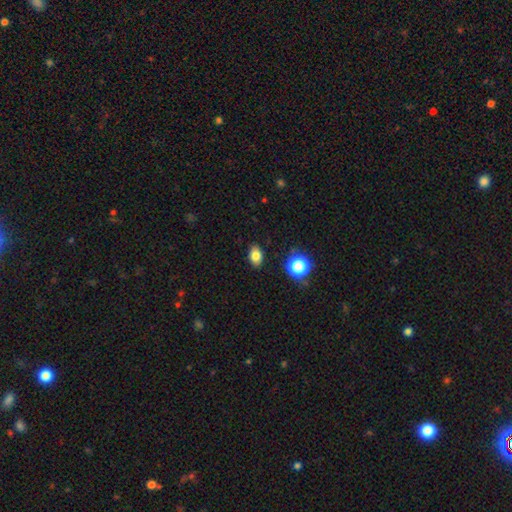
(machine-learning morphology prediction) Overall: smooth (80%). How rounded: in between (79%). Merging: none (87%).